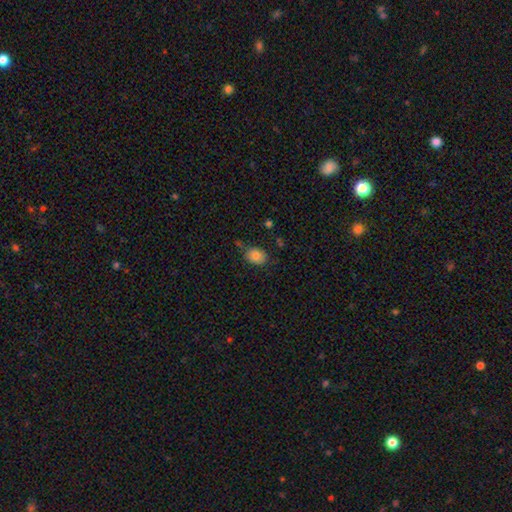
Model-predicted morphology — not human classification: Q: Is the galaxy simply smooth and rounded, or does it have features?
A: smooth — 82%.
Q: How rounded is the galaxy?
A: in between — 65%.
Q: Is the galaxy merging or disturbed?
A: none — 72%.